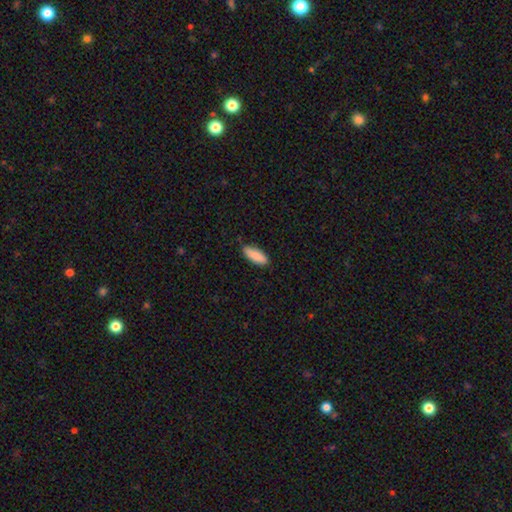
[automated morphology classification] This is clearly a smooth galaxy (89%). How rounded: likely in between (71%). Merging: clearly none (82%).